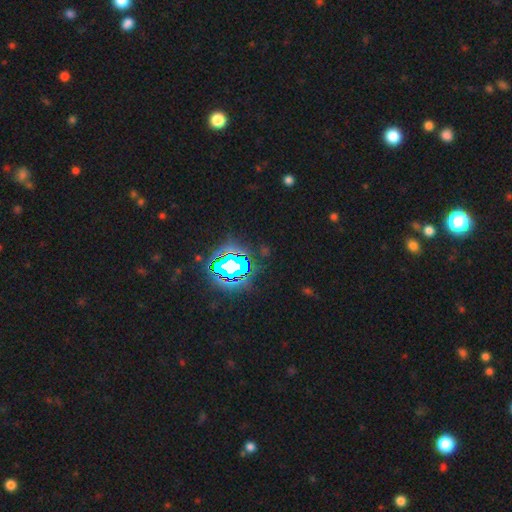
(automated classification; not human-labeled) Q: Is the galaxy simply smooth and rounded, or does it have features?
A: star or artifact — 83%.